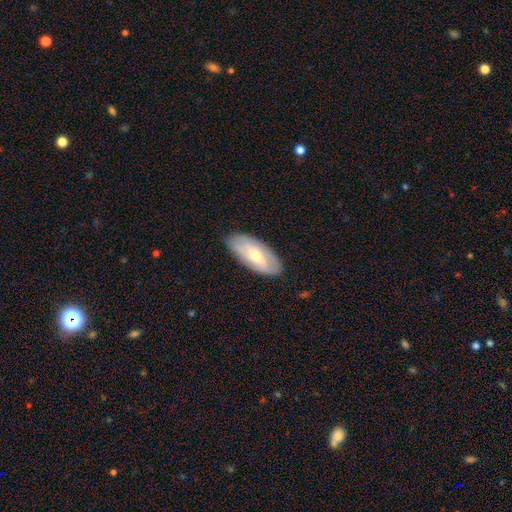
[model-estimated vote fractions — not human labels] Smooth or featured? Predicted: featured or disk (p=0.47, tied with smooth). Merging? Predicted: none (p=0.82).